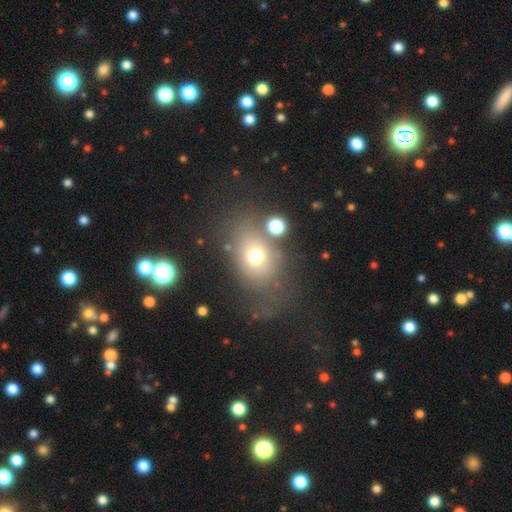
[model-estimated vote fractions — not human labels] Smooth or featured?
  - smooth: 67% *
  - featured or disk: 18%
  - star or artifact: 15%
How rounded?
  - in between: 65% *
  - round: 33%
  - cigar-shaped: 2%
Merging?
  - none: 56% *
  - minor disturbance: 19%
  - major disturbance: 17%
  - merger: 8%